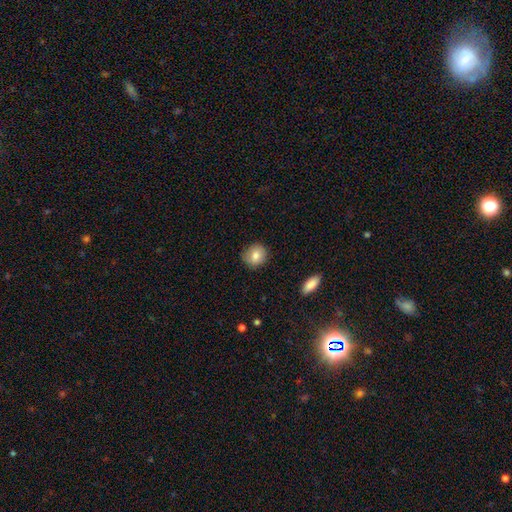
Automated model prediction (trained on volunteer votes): The model was most divided on "how rounded": round: 83%, in between: 16%, cigar-shaped: 1%. More confident: merging — none (84%); smooth or featured — smooth (82%).